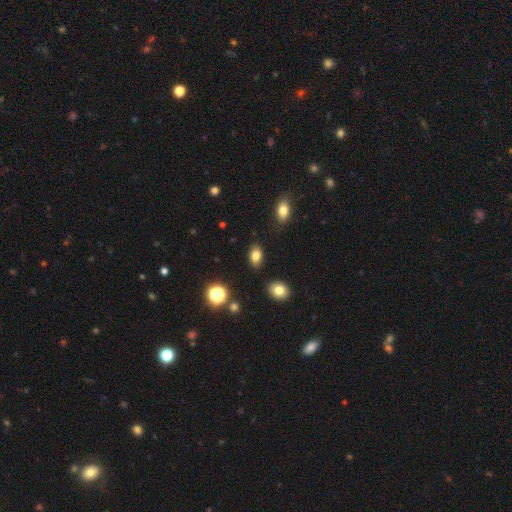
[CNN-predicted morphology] A smooth galaxy with no disk features (81%) that is in between round and cigar-shaped (87%).

Vote fractions:
- Smooth or featured? smooth: 81% / star or artifact: 11% / featured or disk: 8%
- How rounded? in between: 87% / round: 12% / cigar-shaped: 2%
- Merging? none: 85% / minor disturbance: 10% / major disturbance: 3% / merger: 2%